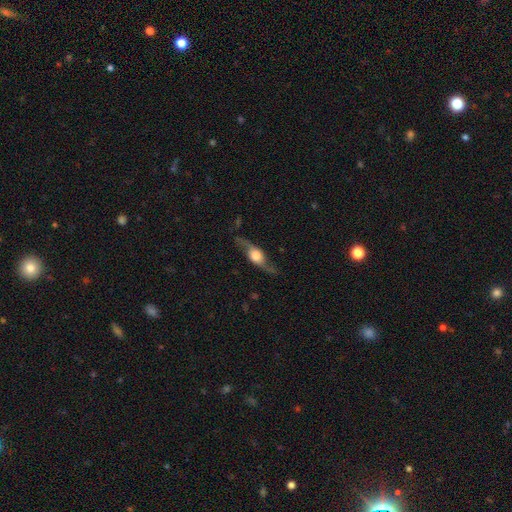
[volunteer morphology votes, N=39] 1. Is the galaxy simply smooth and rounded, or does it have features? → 67% featured or disk, 23% smooth, 10% star or artifact.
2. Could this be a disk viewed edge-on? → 69% yes, 31% no.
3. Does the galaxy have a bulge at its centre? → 94% rounded, 6% none, 0% boxy.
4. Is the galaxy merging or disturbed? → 74% none, 23% minor disturbance, 3% major disturbance, 0% merger.